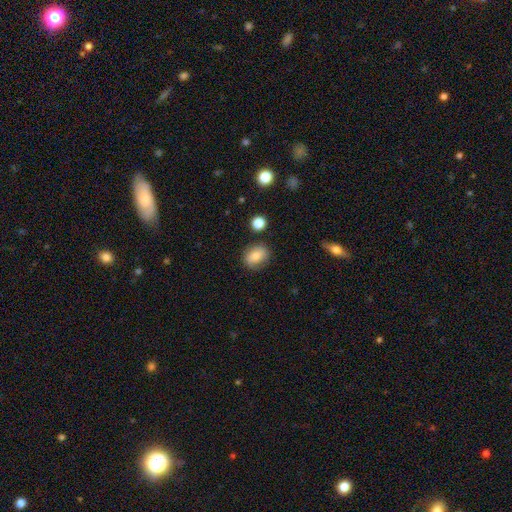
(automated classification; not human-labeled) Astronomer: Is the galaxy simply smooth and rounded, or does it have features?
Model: smooth — 80%.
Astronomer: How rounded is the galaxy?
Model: in between — 58% (runner-up: round, 41%).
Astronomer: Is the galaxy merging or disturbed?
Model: none — 83%.